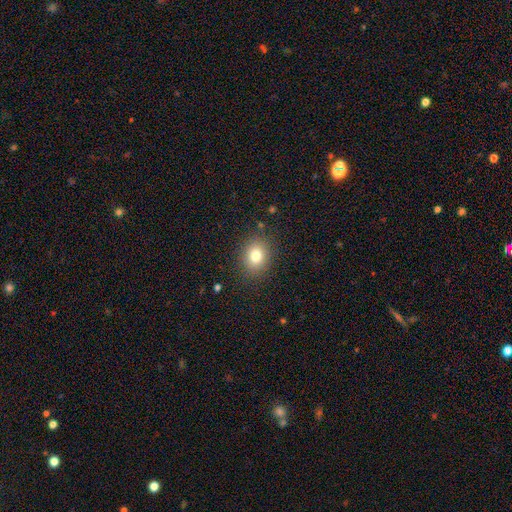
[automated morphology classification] A smooth galaxy with no disk features (79%) that is round (55%). Merging: none (87%).